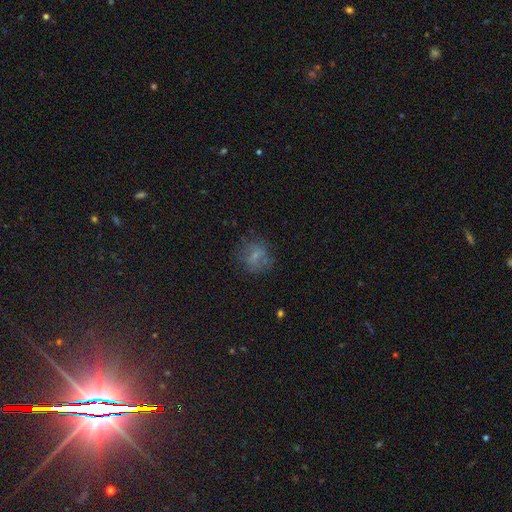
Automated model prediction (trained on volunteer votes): smooth-or-featured: smooth: 57% | featured or disk: 28% | star or artifact: 15%
  how-rounded: round: 77% | in between: 21% | cigar-shaped: 1%
  merging: none: 66% | minor disturbance: 18% | major disturbance: 11% | merger: 4%